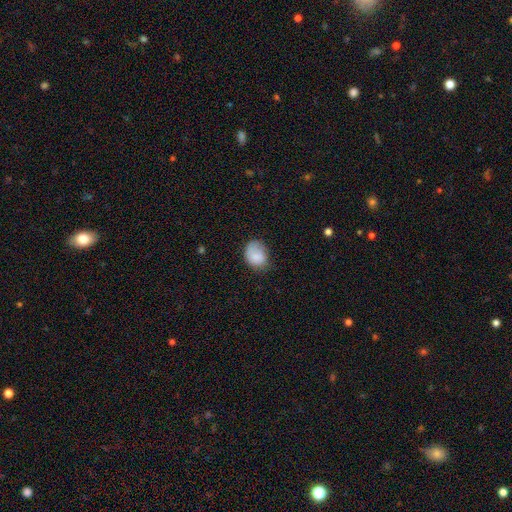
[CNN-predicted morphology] Q: Smooth or featured?
A: smooth (81%); runner-up: featured or disk (11%)
Q: How rounded?
A: in between (54%); runner-up: round (45%)
Q: Merging?
A: none (57%); runner-up: minor disturbance (30%)